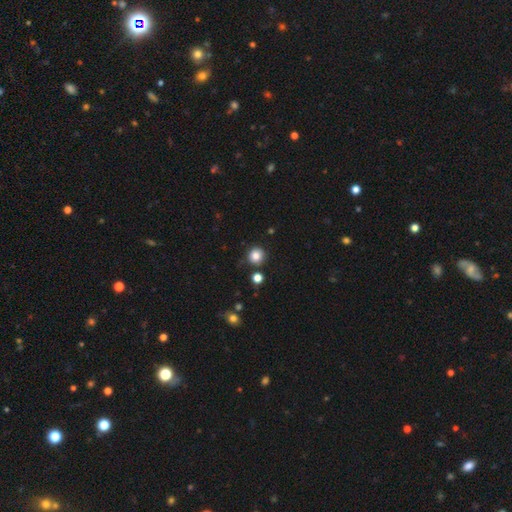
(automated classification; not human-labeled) Overall: smooth (82%). How rounded: round (93%). Merging: none (86%).